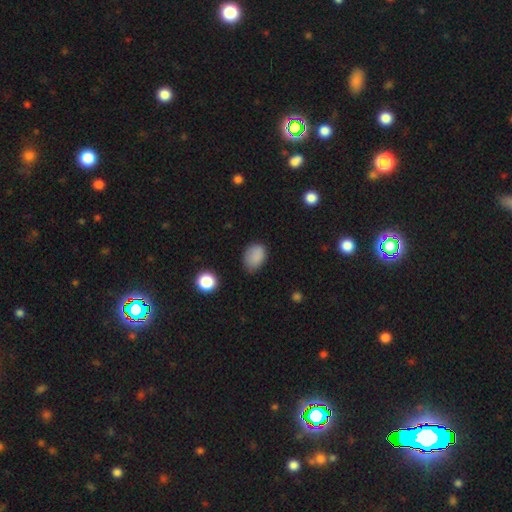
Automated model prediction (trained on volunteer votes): smooth-or-featured: smooth: 85% | star or artifact: 10% | featured or disk: 5%
  how-rounded: in between: 74% | round: 25% | cigar-shaped: 1%
  merging: none: 65% | minor disturbance: 28% | major disturbance: 5% | merger: 2%